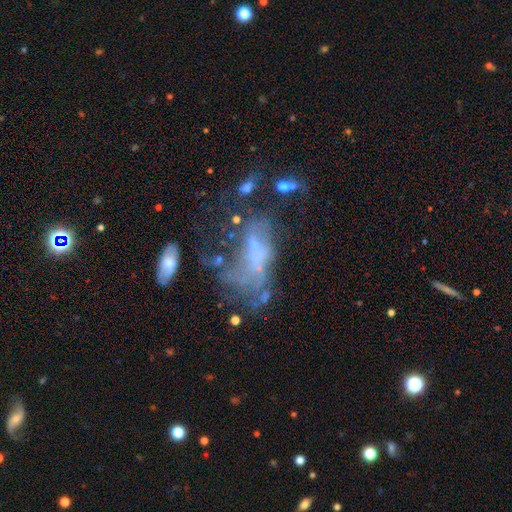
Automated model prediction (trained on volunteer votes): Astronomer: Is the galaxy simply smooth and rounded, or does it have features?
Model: featured or disk — 54%.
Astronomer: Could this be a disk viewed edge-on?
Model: no — 92%.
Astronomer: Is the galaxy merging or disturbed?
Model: major disturbance — 42% (runner-up: none, 25%).